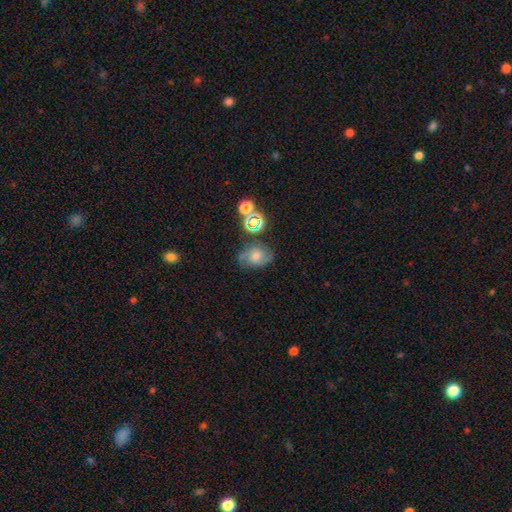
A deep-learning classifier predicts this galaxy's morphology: Q: Smooth or featured?
A: featured or disk (51%); runner-up: smooth (32%)
Q: Edge-on disk?
A: no (96%); runner-up: yes (4%)
Q: Merging?
A: none (64%); runner-up: minor disturbance (21%)